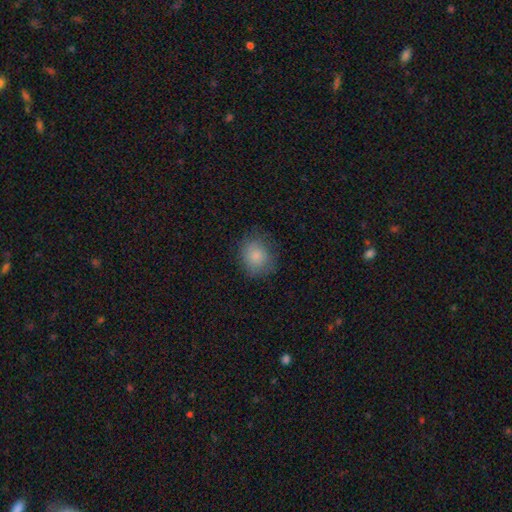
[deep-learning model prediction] Morphology: type=smooth (84%); roundness=round (75%); merging=none (78%).